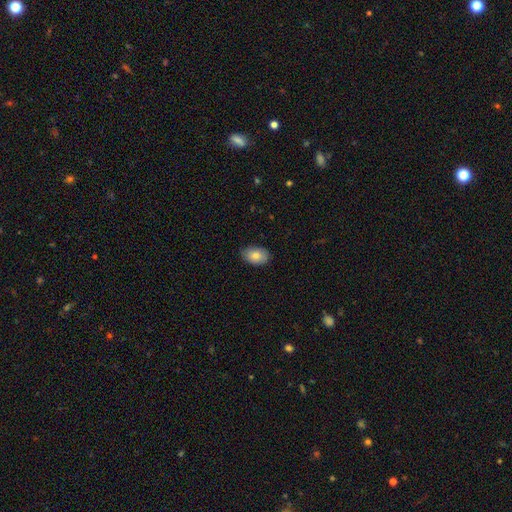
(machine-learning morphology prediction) Smooth or featured: smooth — 81% (featured or disk — 12%)
How rounded: in between — 87% (round — 11%)
Merging: none — 81% (minor disturbance — 16%)